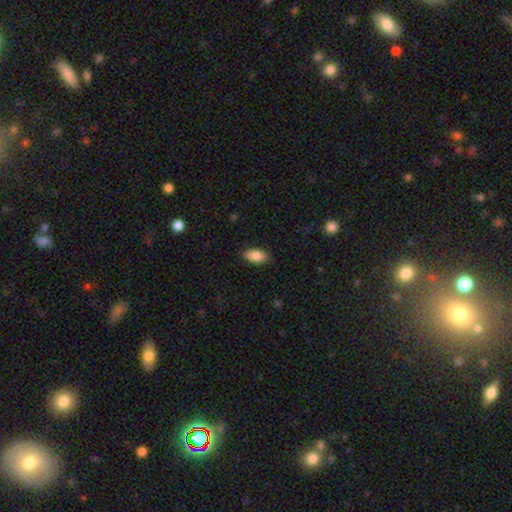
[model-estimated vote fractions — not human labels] smooth 86%, featured or disk 7%, star or artifact 7%. Down the decision tree: how rounded — in between (93%); merging — none (87%).